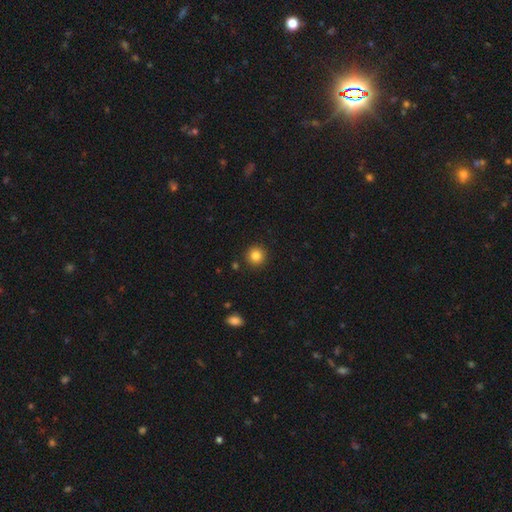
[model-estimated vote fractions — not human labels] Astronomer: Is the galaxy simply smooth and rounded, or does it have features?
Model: smooth — 84%.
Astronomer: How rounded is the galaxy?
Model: round — 95%.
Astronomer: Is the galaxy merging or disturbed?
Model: none — 92%.